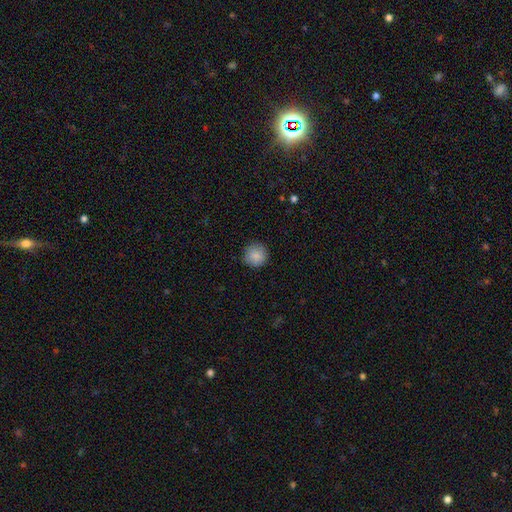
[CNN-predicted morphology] Smooth or featured? Predicted: smooth (p=0.88). How rounded? Predicted: round (p=0.94). Merging? Predicted: none (p=0.90).